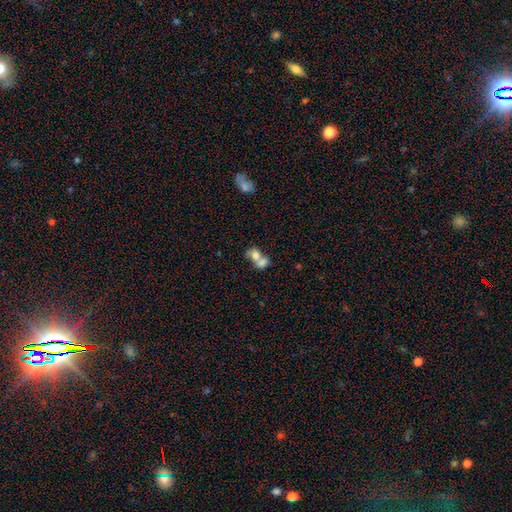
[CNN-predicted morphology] smooth 71%, featured or disk 20%, star or artifact 9%. Down the decision tree: how rounded — in between (56%); merging — merger (74%).